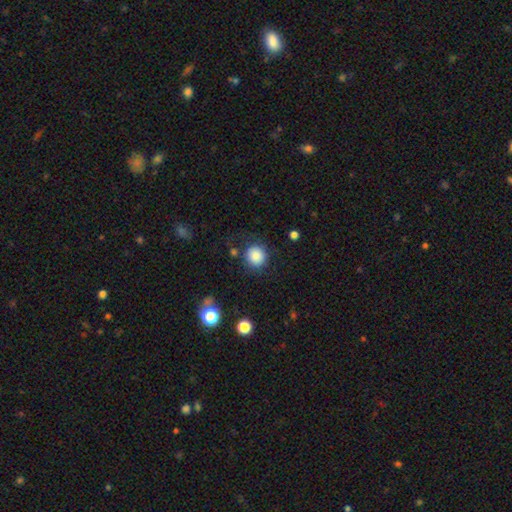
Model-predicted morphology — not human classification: smooth_or_featured: smooth (p=0.85) [alt: star or artifact p=0.09]
how_rounded: round (p=0.90) [alt: in between p=0.09]
merging: none (p=0.80) [alt: minor disturbance p=0.11]